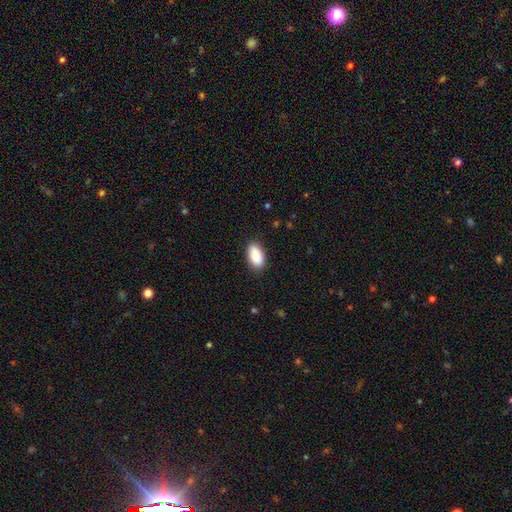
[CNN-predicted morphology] This is clearly a smooth galaxy (91%). How rounded: clearly in between (94%). Merging: clearly none (88%).